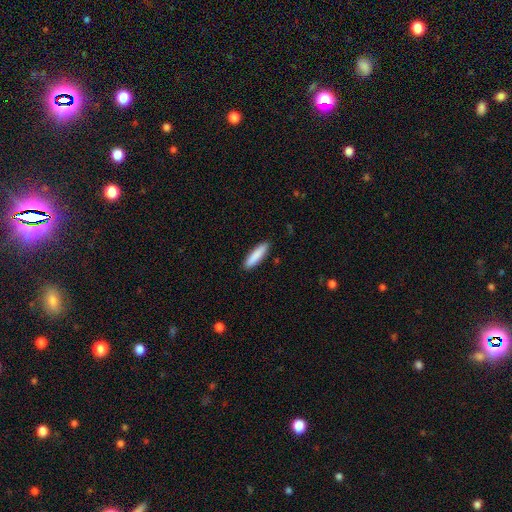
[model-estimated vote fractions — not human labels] Q: Smooth or featured?
A: smooth (87%); runner-up: featured or disk (7%)
Q: How rounded?
A: cigar-shaped (78%); runner-up: in between (21%)
Q: Merging?
A: none (90%); runner-up: minor disturbance (7%)